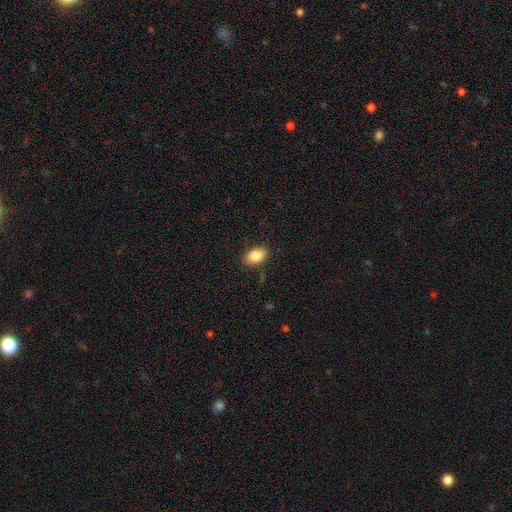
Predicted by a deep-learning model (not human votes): A smooth galaxy with no disk features (87%) that is in between round and cigar-shaped (88%). Merging: none (85%).